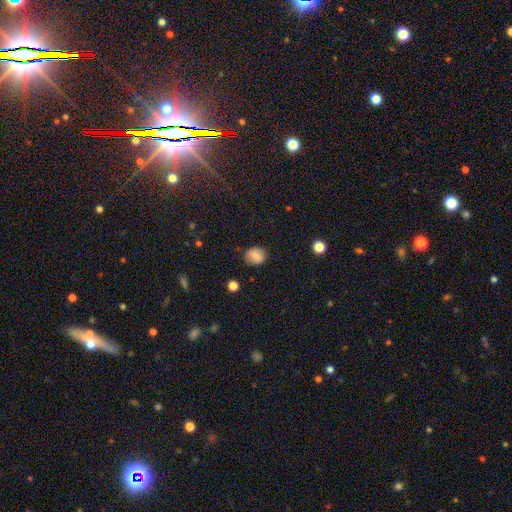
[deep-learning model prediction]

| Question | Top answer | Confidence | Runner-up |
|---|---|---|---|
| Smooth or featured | smooth | 84% | star or artifact (10%) |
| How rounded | round | 59% | in between (40%) |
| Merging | none | 80% | minor disturbance (15%) |